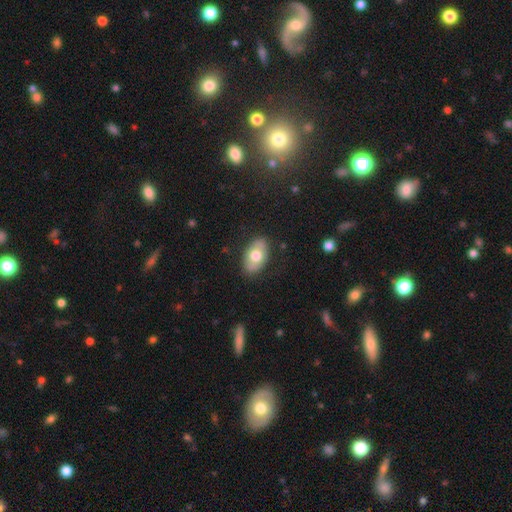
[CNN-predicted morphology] This appears to be a smooth galaxy with no disk features (67%) that is in between round and cigar-shaped (92%). Merging: none (83%).